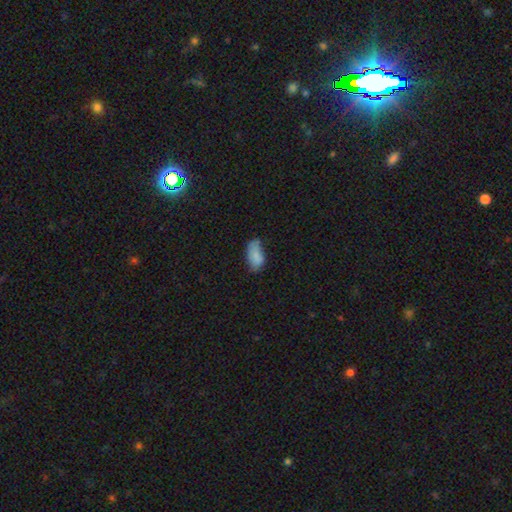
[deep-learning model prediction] Morphology: type=smooth (80%); roundness=in between (93%); merging=none (47%).